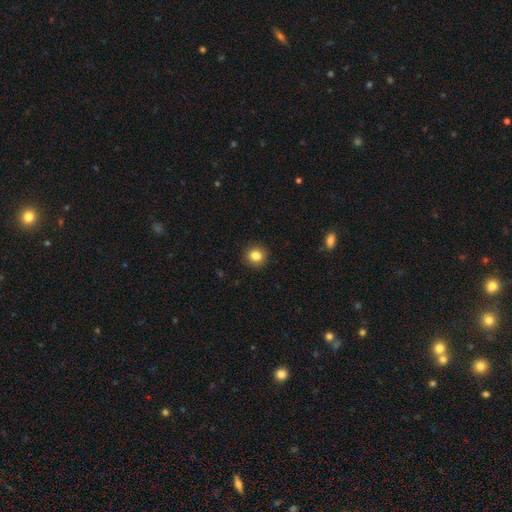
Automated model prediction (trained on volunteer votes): Overall: smooth (83%). How rounded: round (90%). Merging: none (92%).